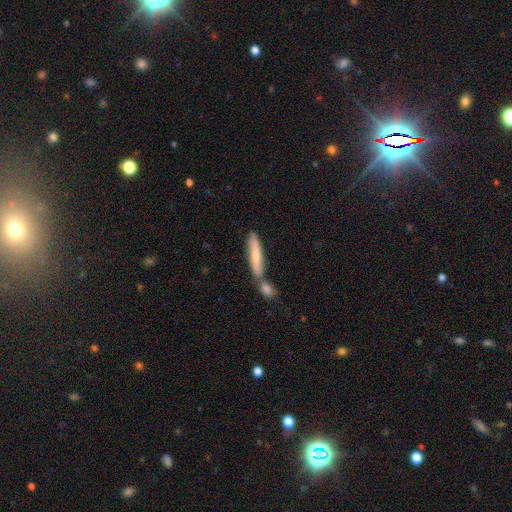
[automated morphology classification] type=smooth (67%); roundness=cigar-shaped (88%); merging=none (57%).